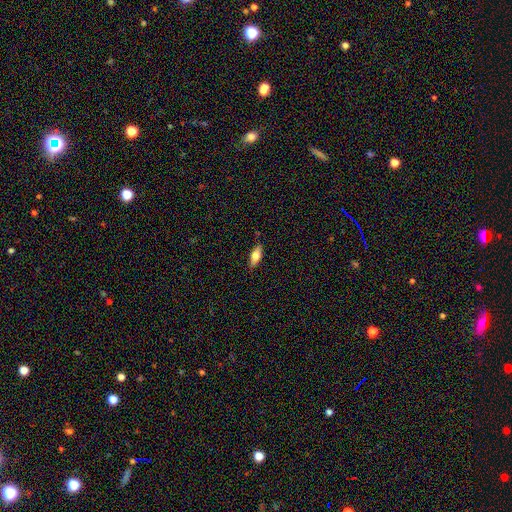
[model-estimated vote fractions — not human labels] Smooth or featured: smooth — 69% (featured or disk — 24%)
How rounded: in between — 75% (cigar-shaped — 22%)
Merging: none — 85% (minor disturbance — 11%)